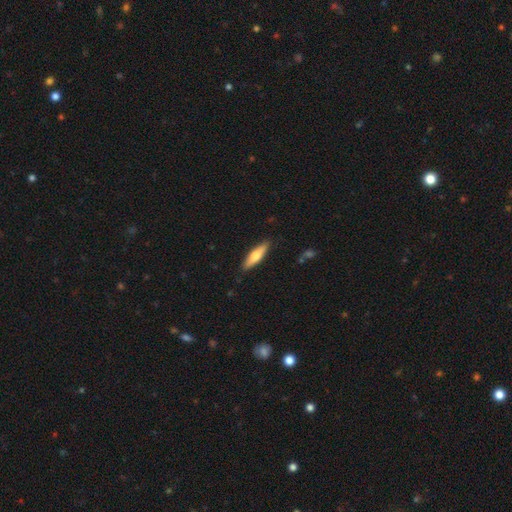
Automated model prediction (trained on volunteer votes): Morphology: type=smooth (59%); roundness=cigar-shaped (70%); merging=none (88%).